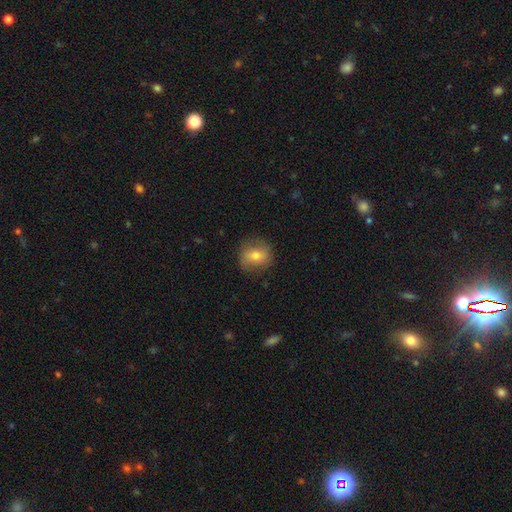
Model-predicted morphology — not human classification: The model was most divided on "smooth or featured": smooth: 64%, featured or disk: 27%, star or artifact: 9%. More confident: merging — none (80%); how rounded — round (76%).